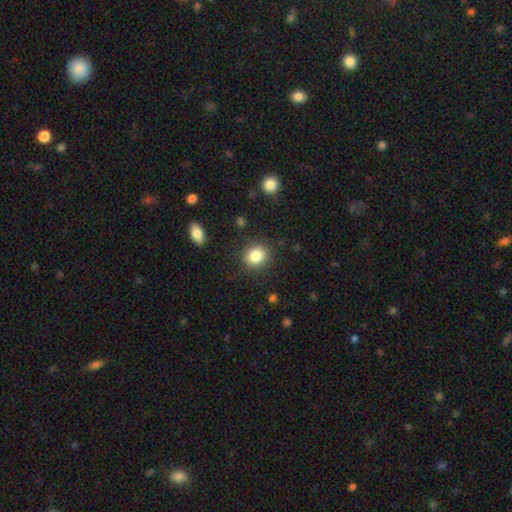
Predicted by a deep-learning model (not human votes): Q: Smooth or featured?
A: smooth (84%); runner-up: star or artifact (10%)
Q: How rounded?
A: round (79%); runner-up: in between (20%)
Q: Merging?
A: none (87%); runner-up: minor disturbance (8%)